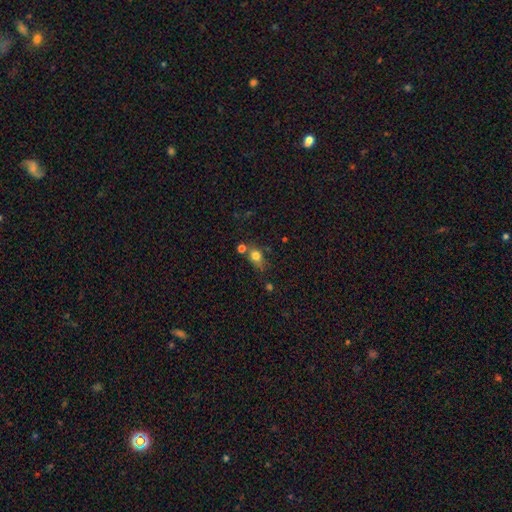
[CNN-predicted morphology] Smooth or featured? Predicted: smooth (p=0.77). How rounded? Predicted: in between (p=0.54). Merging? Predicted: none (p=0.52).